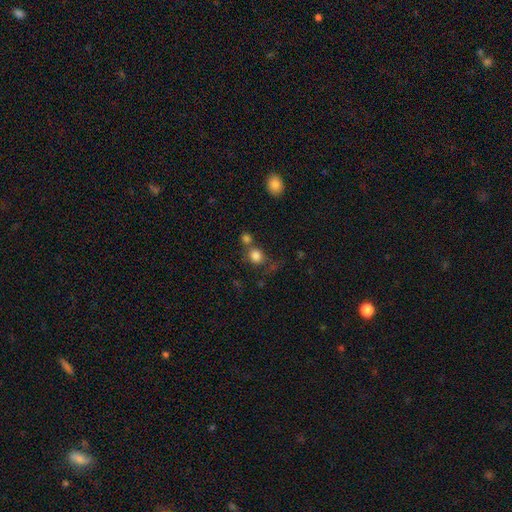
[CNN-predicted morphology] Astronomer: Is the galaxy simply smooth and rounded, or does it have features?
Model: smooth — 80%.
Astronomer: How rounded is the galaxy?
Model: round — 85%.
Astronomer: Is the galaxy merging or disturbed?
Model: none — 50% (runner-up: merger, 33%).